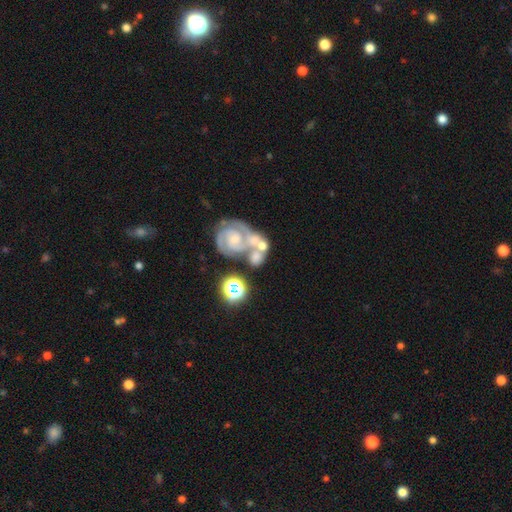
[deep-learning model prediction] The model was most divided on "merging": merger: 42%, none: 33%, minor disturbance: 13%, major disturbance: 12%. More confident: edge-on disk — no (97%); spiral arms — yes (89%); smooth or featured — featured or disk (74%); bar — no (67%); spiral winding — tight (61%); bulge size — small (53%); spiral arm count — 2 (52%).